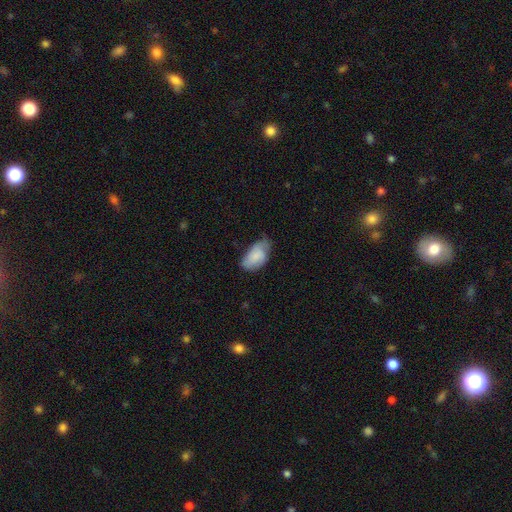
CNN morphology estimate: This appears to be a smooth galaxy with no disk features (75%) that is in between round and cigar-shaped (94%). Merging: minor disturbance (43%, tied with none).